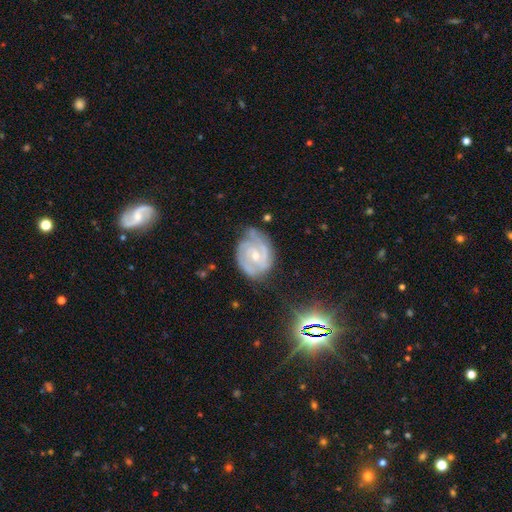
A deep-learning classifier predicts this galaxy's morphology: smooth-or-featured: featured or disk: 86% | smooth: 8% | star or artifact: 6%
  disk-edge-on: no: 97% | yes: 3%
    bar: no: 50% | weak: 41% | strong: 9%
    has-spiral-arms: yes: 96% | no: 4%
      spiral-winding: tight: 64% | medium: 31% | loose: 6%
      spiral-arm-count: 2: 59% | 3: 16% | can't tell: 15% | 1: 4% | 4: 3% | more than 4: 2%
    bulge-size: small: 47% (tied) | moderate: 47% (tied) | none: 3% | large: 2% | dominant: 1%
  merging: none: 65% | minor disturbance: 25% | major disturbance: 8% | merger: 2%